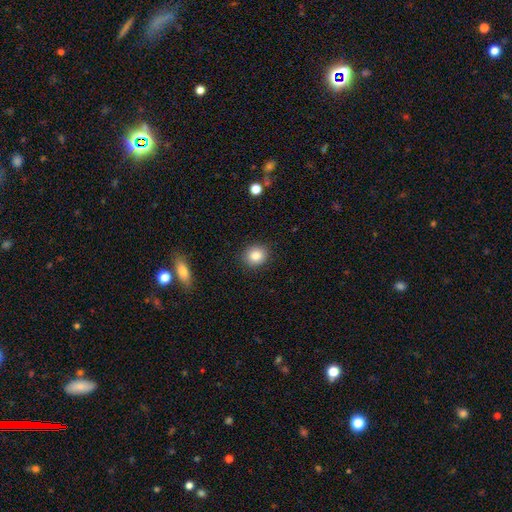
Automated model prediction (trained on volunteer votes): smooth 85%, star or artifact 9%, featured or disk 5%. Down the decision tree: how rounded — round (76%); merging — none (89%).